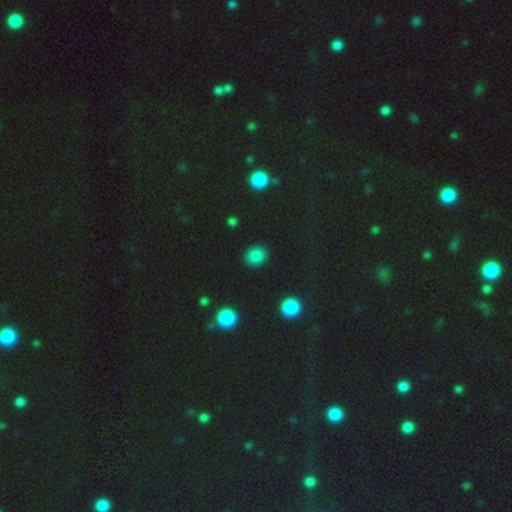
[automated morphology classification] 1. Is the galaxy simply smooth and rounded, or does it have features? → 80% smooth, 15% star or artifact, 4% featured or disk.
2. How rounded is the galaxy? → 68% round, 31% in between, 1% cigar-shaped.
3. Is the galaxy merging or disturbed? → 89% none, 7% minor disturbance, 2% major disturbance, 2% merger.